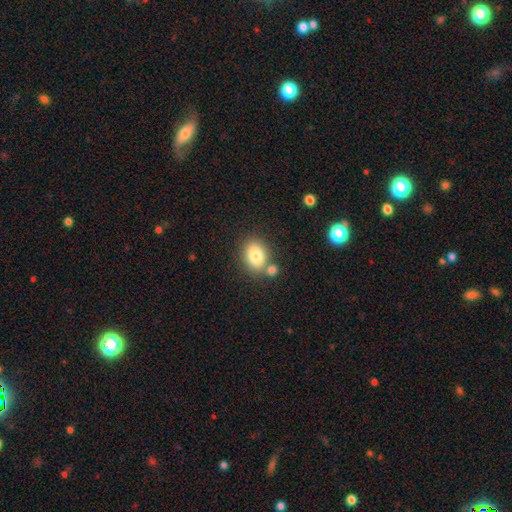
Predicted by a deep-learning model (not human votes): smooth-or-featured: smooth: 81% | star or artifact: 9% | featured or disk: 9%
  how-rounded: in between: 58% | round: 41% | cigar-shaped: 1%
  merging: none: 65% | merger: 20% | minor disturbance: 11% | major disturbance: 4%